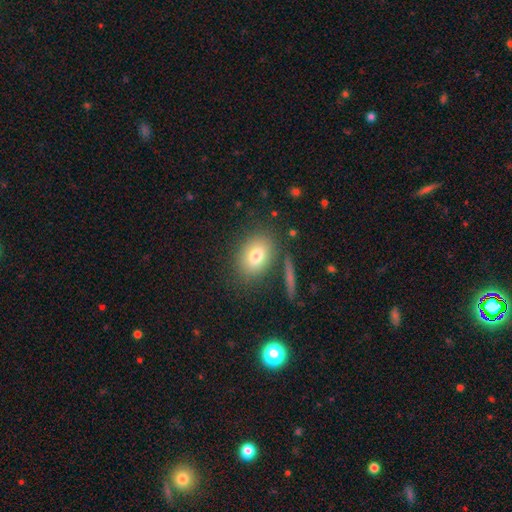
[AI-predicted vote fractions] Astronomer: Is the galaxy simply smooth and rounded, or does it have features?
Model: smooth — 76%.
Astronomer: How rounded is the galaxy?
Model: in between — 68%.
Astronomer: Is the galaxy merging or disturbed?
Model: none — 78%.